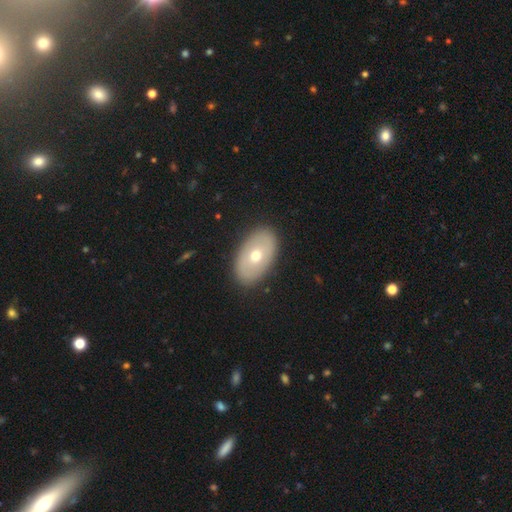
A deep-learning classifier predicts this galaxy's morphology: The model was most divided on "smooth or featured": smooth: 57%, featured or disk: 36%, star or artifact: 6%. More confident: how rounded — in between (92%); merging — none (89%).